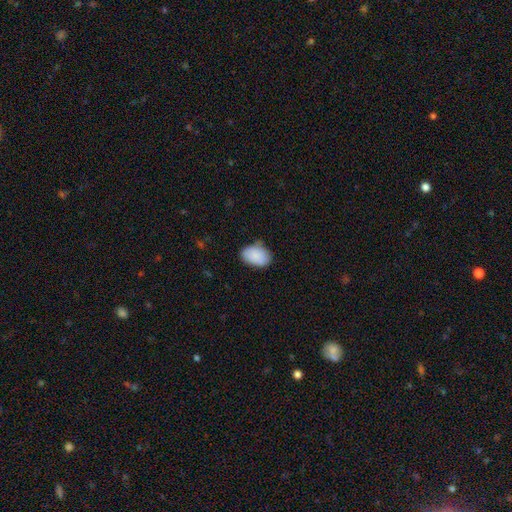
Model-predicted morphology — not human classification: This is clearly a smooth galaxy (89%). How rounded: clearly in between (87%). Merging: likely none (72%).